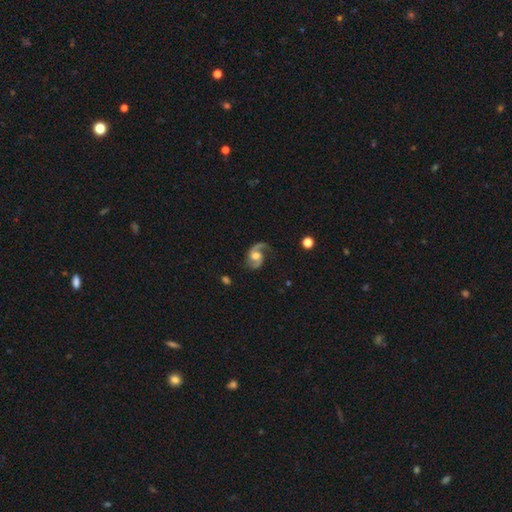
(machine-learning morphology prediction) Overall: featured or disk (89%). Edge-on disk: no (98%). Bar: no (56%; weak 35%). Spiral arms: yes (97%). Spiral arm count: 2 (87%). Spiral winding: medium (51%; loose 37%). Bulge size: moderate (65%). Merging: none (72%).